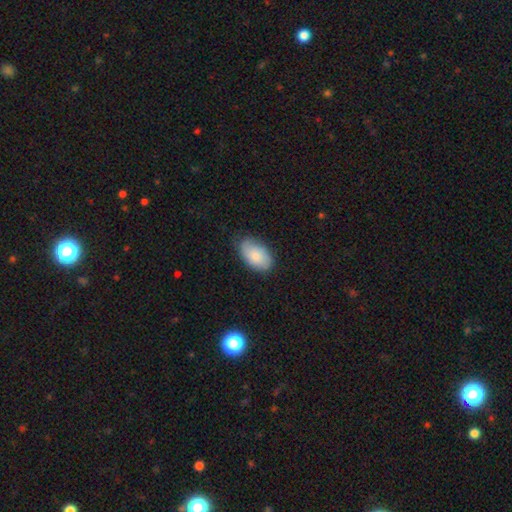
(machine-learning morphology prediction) smooth_or_featured: smooth (p=0.81) [alt: featured or disk p=0.13]
how_rounded: in between (p=0.94) [alt: round p=0.05]
merging: none (p=0.74) [alt: minor disturbance p=0.21]